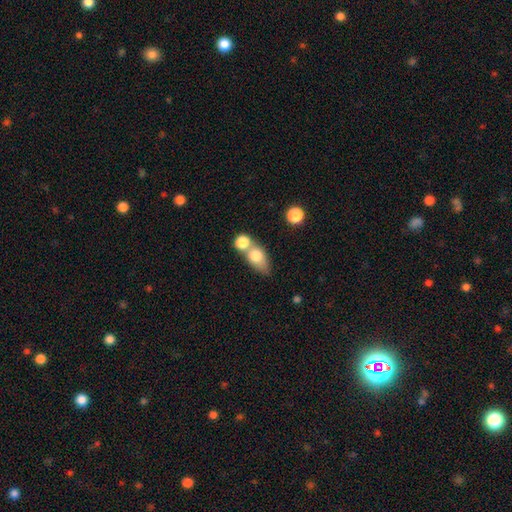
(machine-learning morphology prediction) This appears to be a smooth galaxy with no disk features (74%) that is in between round and cigar-shaped (69%). Merging: merger (51%).